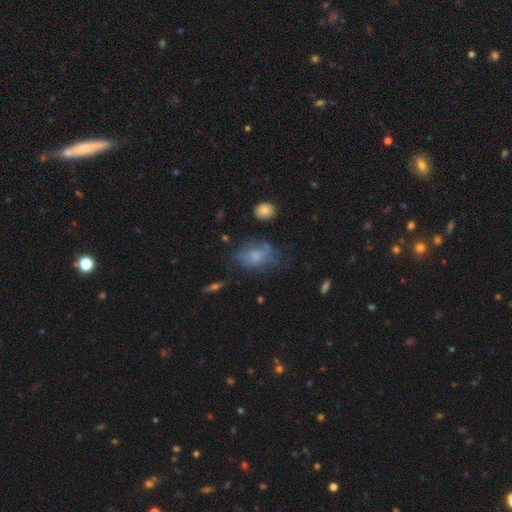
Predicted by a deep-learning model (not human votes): smooth 55%, featured or disk 32%, star or artifact 13%. Down the decision tree: how rounded — in between (77%); merging — none (46%).